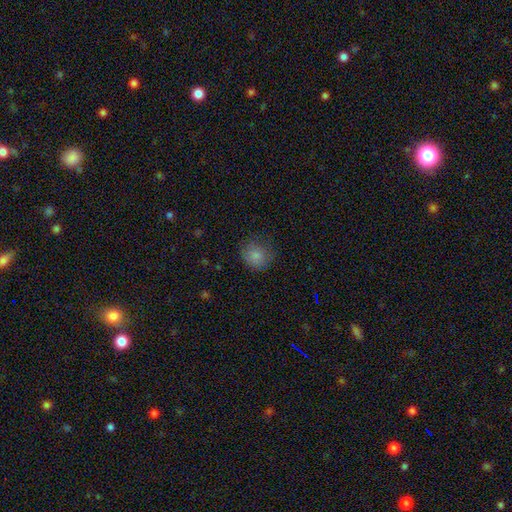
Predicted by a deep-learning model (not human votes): A smooth galaxy with no disk features (83%) that is round (82%).

Vote fractions:
- Smooth or featured? smooth: 83% / star or artifact: 10% / featured or disk: 7%
- How rounded? round: 82% / in between: 17% / cigar-shaped: 1%
- Merging? none: 73% / minor disturbance: 19% / major disturbance: 7% / merger: 1%